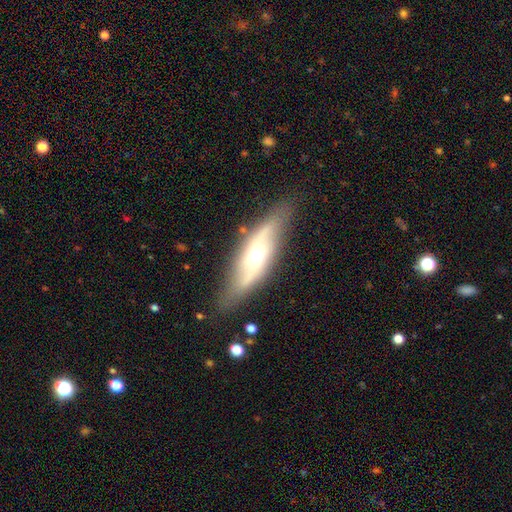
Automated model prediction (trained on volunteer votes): smooth_or_featured: featured or disk (p=0.61) [alt: smooth p=0.32]
disk_edge_on: no (p=0.56) [alt: yes p=0.44]
merging: none (p=0.78) [alt: minor disturbance p=0.16]